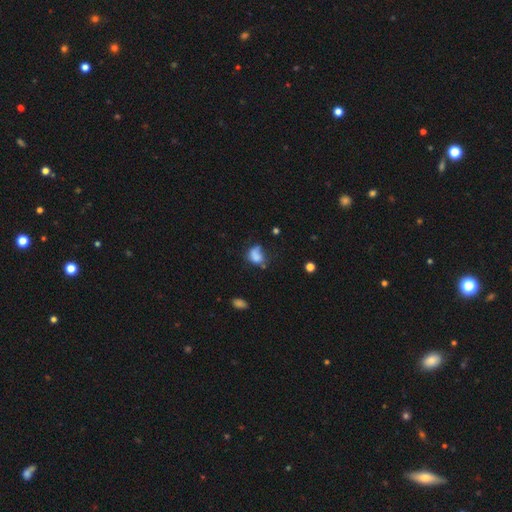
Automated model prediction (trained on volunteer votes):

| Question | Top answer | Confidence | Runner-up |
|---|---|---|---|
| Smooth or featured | smooth | 72% | featured or disk (16%) |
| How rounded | in between | 67% | round (31%) |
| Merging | none | 31% | tied: minor disturbance (31%) |